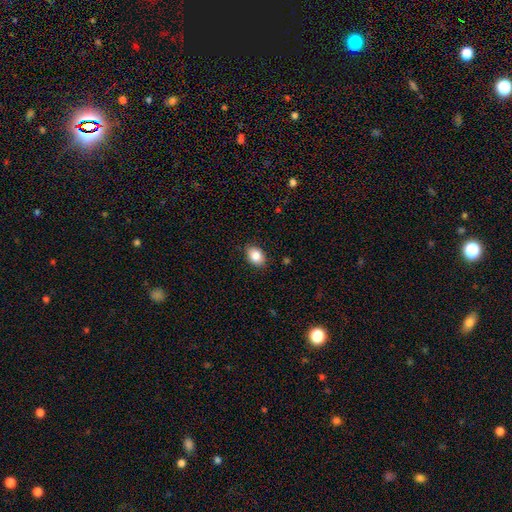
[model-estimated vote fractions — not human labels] Smooth or featured?
  - smooth: 85% *
  - star or artifact: 8%
  - featured or disk: 7%
How rounded?
  - in between: 76% *
  - round: 23%
  - cigar-shaped: 1%
Merging?
  - none: 86% *
  - minor disturbance: 11%
  - major disturbance: 2%
  - merger: 1%